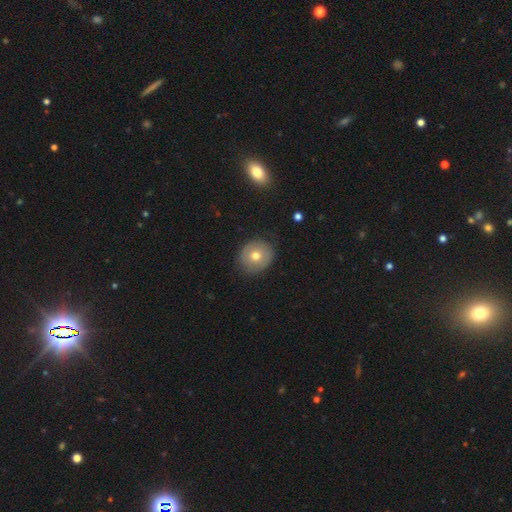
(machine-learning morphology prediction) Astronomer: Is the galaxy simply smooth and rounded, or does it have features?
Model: smooth — 65%.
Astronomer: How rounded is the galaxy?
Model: round — 81%.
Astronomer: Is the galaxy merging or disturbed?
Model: none — 81%.